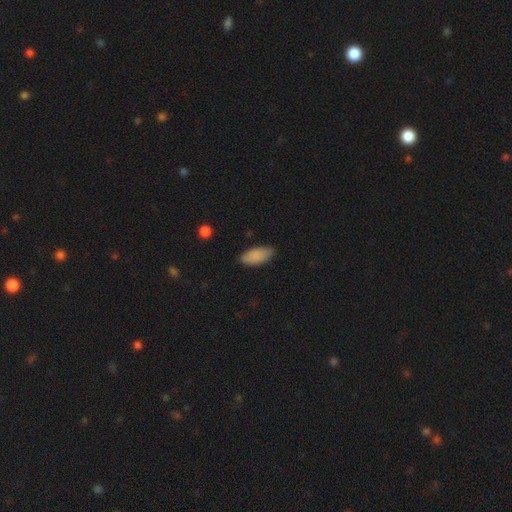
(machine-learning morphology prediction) A smooth galaxy with no disk features (88%) that is in between round and cigar-shaped (89%).

Vote fractions:
- Smooth or featured? smooth: 88% / star or artifact: 6% / featured or disk: 6%
- How rounded? in between: 89% / cigar-shaped: 9% / round: 2%
- Merging? none: 82% / minor disturbance: 14% / major disturbance: 2% / merger: 1%